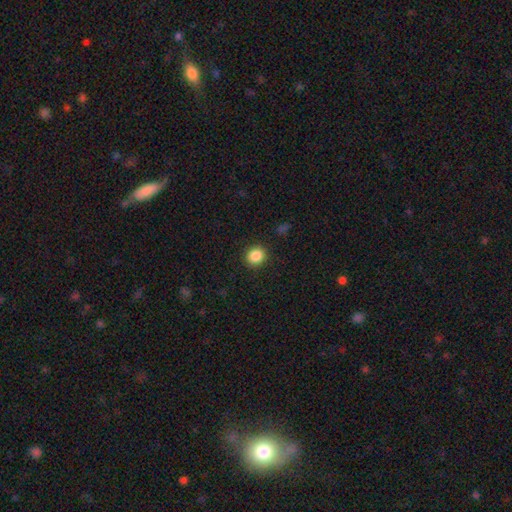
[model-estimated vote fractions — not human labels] Smooth or featured? smooth (86%)
How rounded? round (82%)
Merging? none (90%)